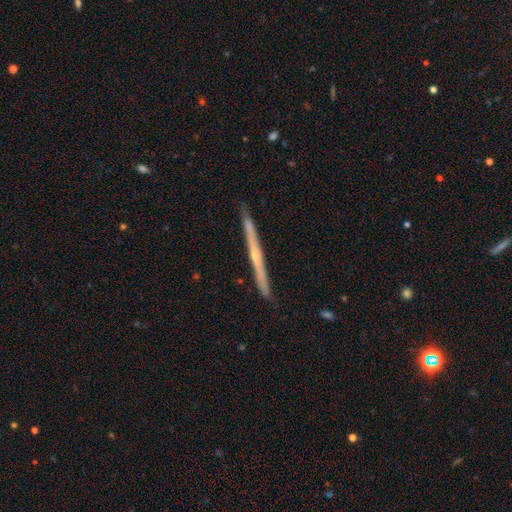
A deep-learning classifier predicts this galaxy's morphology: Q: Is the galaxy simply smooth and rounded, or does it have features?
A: featured or disk — 72%.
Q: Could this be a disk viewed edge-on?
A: yes — 98%.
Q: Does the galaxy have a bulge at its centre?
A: rounded — 51%.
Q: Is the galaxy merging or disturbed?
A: none — 90%.